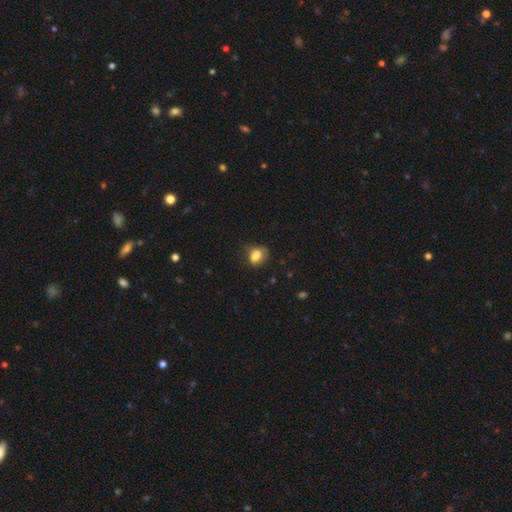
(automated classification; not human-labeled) Overall: smooth (78%). How rounded: in between (66%; round 32%). Merging: none (49%; minor disturbance 32%).